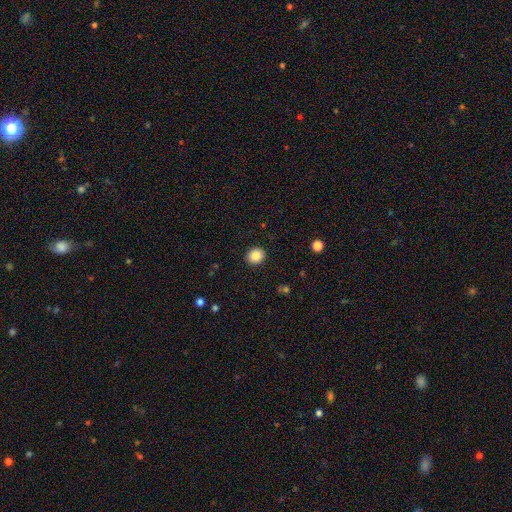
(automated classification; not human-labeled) Morphology: type=smooth (87%); roundness=round (77%); merging=none (91%).